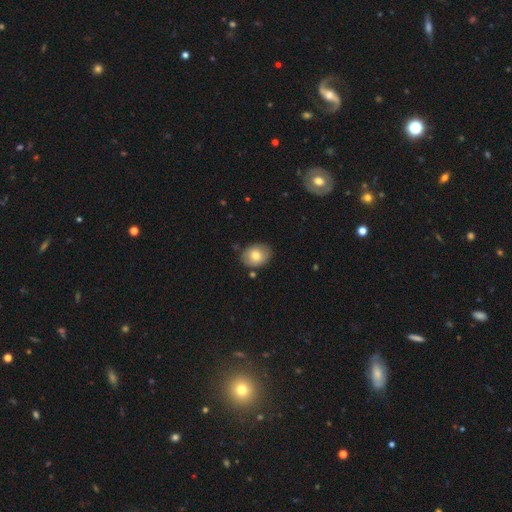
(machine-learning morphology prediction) The model was most divided on "how rounded": in between: 53%, round: 46%, cigar-shaped: 1%. More confident: merging — none (80%); smooth or featured — smooth (74%).